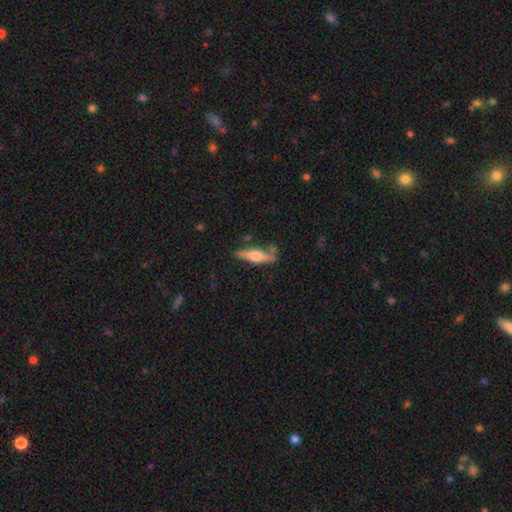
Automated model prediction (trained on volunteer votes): Morphology: type=featured or disk (62%); edge-on=yes (95%); edge-on bulge=rounded (91%); merging=none (76%).